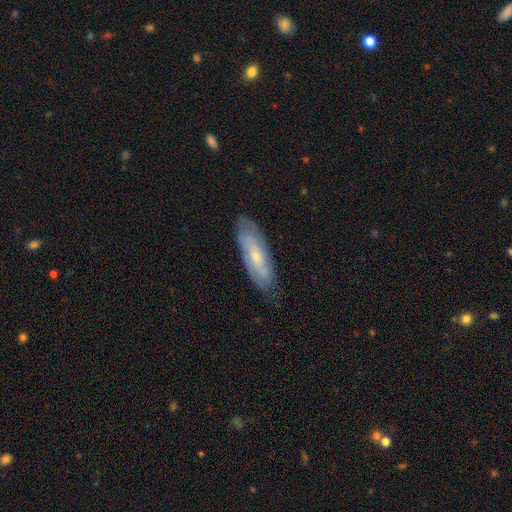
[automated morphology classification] A featured or disk galaxy (53%).

Vote fractions:
- Smooth or featured? featured or disk: 53% / smooth: 41% / star or artifact: 6%
- Edge-on disk? no: 75% / yes: 25%
- Merging? none: 77% / minor disturbance: 18% / major disturbance: 4% / merger: 1%